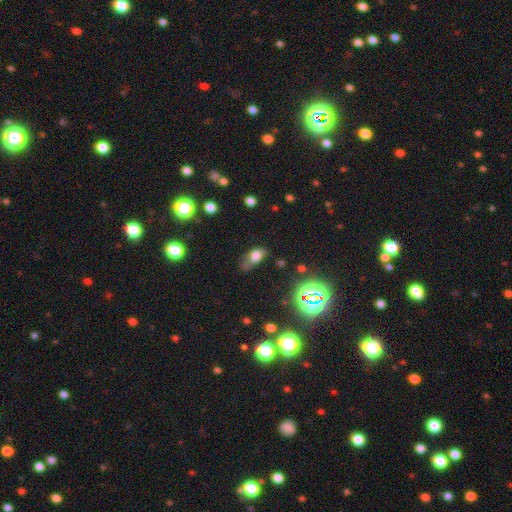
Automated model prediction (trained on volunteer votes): The model was most divided on "merging": none: 41%, minor disturbance: 32%, major disturbance: 19%, merger: 8%. More confident: how rounded — in between (81%); smooth or featured — smooth (65%).